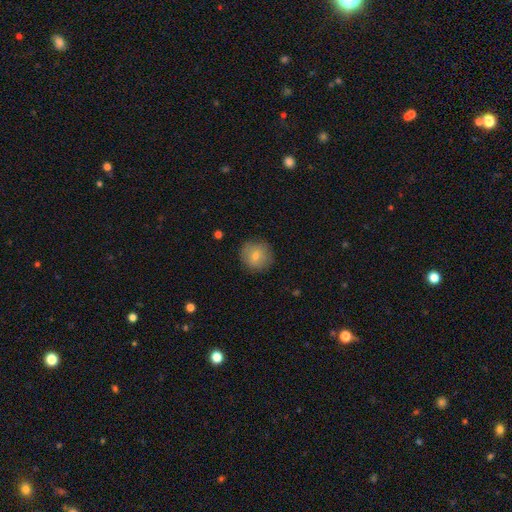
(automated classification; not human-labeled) Smooth or featured: smooth — 76% (featured or disk — 15%)
How rounded: round — 91% (in between — 8%)
Merging: none — 85% (minor disturbance — 11%)